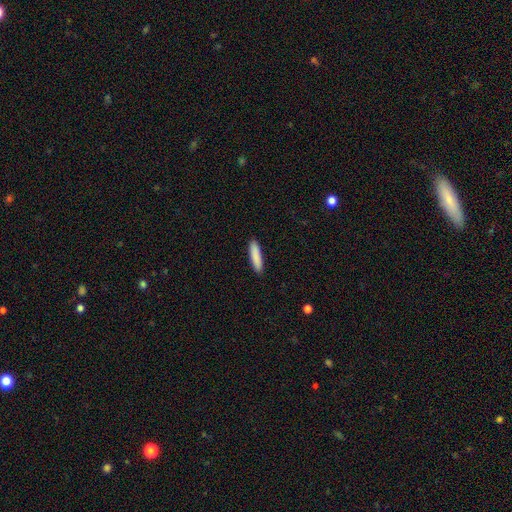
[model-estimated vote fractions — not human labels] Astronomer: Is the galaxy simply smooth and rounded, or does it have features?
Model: smooth — 88%.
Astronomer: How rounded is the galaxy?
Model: cigar-shaped — 83%.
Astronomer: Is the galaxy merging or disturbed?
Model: none — 90%.